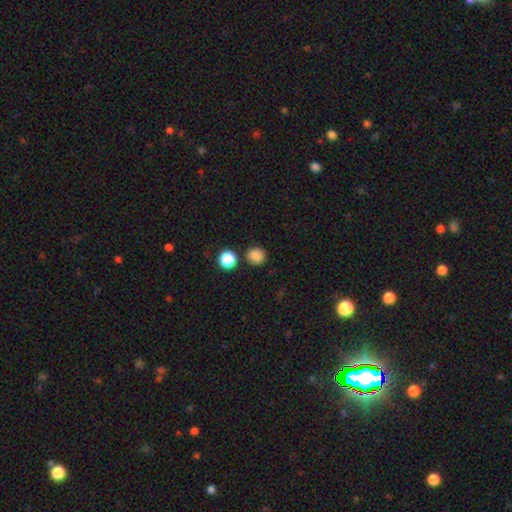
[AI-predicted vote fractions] This appears to be a smooth galaxy with no disk features (85%) that is round (89%). Merging: none (85%).